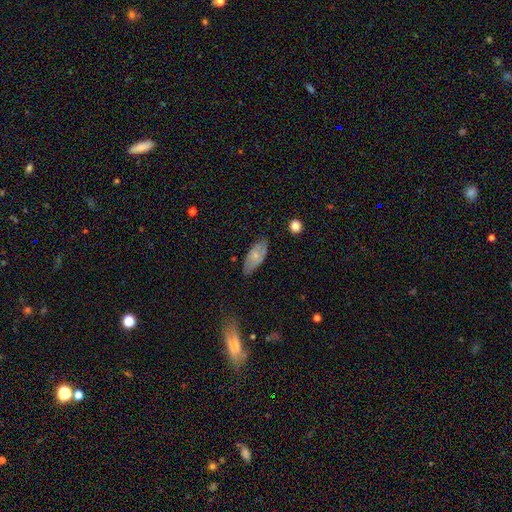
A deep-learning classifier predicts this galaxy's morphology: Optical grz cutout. It shows a smooth galaxy with no disk features (58%) that is in between round and cigar-shaped (85%). Merging: none (74%).